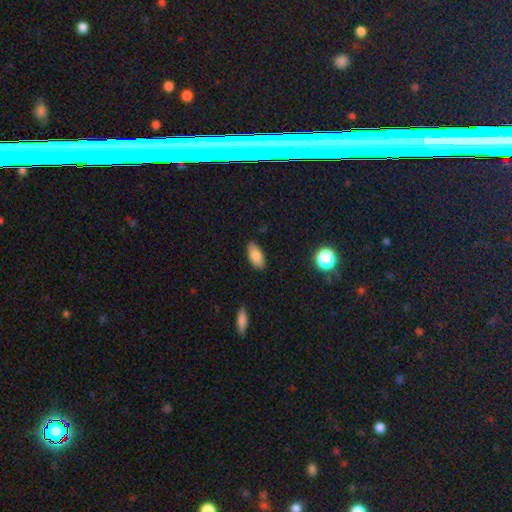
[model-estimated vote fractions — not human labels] This is clearly a smooth galaxy (83%). How rounded: clearly in between (90%). Merging: clearly none (85%).